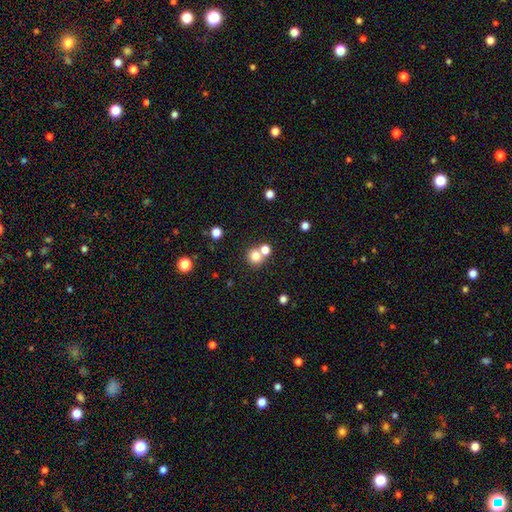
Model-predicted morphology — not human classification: A smooth galaxy with no disk features (78%) that is round (88%).

Vote fractions:
- Smooth or featured? smooth: 78% / star or artifact: 14% / featured or disk: 9%
- How rounded? round: 88% / in between: 11% / cigar-shaped: 1%
- Merging? none: 56% / merger: 34% / minor disturbance: 7% / major disturbance: 3%